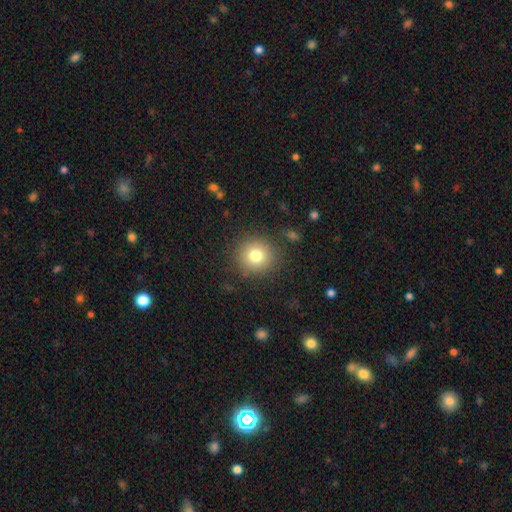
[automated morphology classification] Smooth or featured? Predicted: smooth (p=0.78). How rounded? Predicted: round (p=0.90). Merging? Predicted: none (p=0.87).